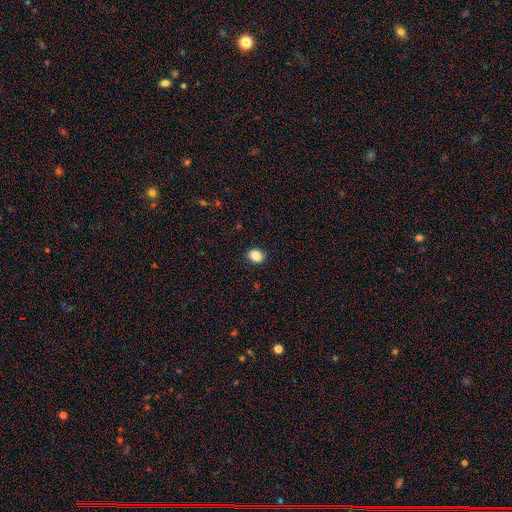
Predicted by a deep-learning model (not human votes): Smooth or featured? Predicted: smooth (p=0.86). How rounded? Predicted: round (p=0.52). Merging? Predicted: none (p=0.90).